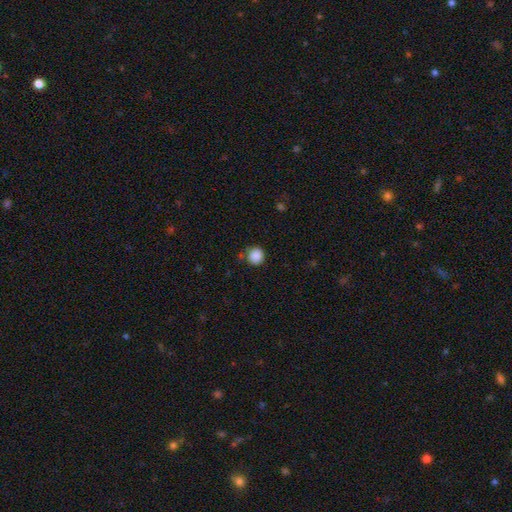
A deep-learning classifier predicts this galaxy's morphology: Smooth or featured? Predicted: smooth (p=0.88). How rounded? Predicted: round (p=0.89). Merging? Predicted: none (p=0.79).